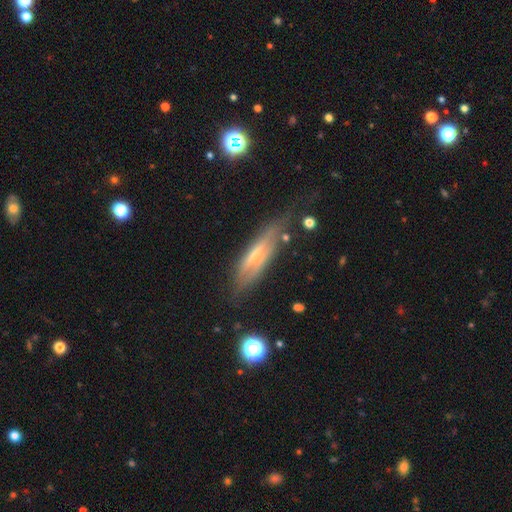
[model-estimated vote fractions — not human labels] Morphology: type=featured or disk (63%); edge-on=yes (83%); edge-on bulge=rounded (49%); merging=none (66%).